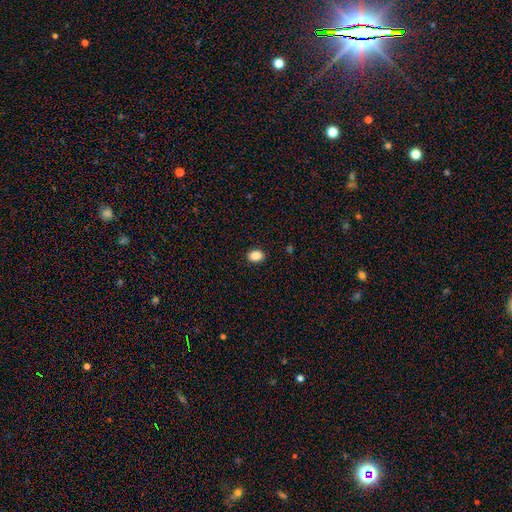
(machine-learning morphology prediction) This is clearly a smooth galaxy (88%). How rounded: likely in between (75%). Merging: clearly none (90%).